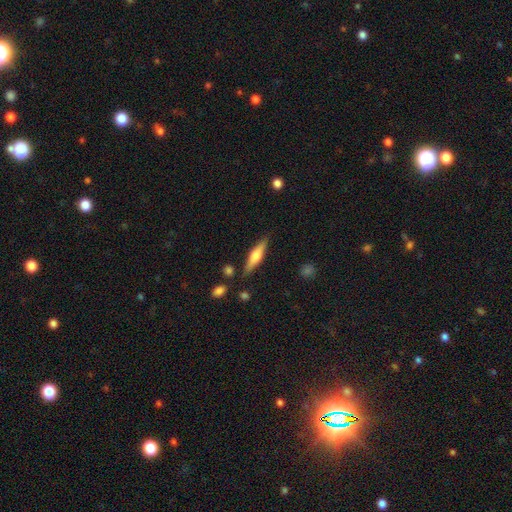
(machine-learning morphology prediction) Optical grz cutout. It shows a featured or disk galaxy (51%) viewed edge-on (94%). Merging: none (85%).